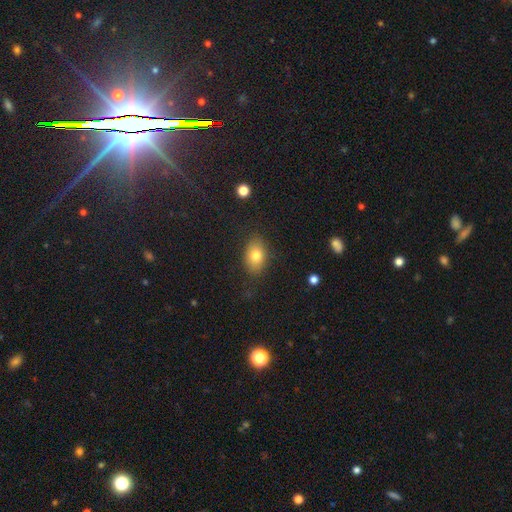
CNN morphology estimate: This is likely a smooth galaxy (78%). How rounded: clearly in between (82%). Merging: clearly none (84%).